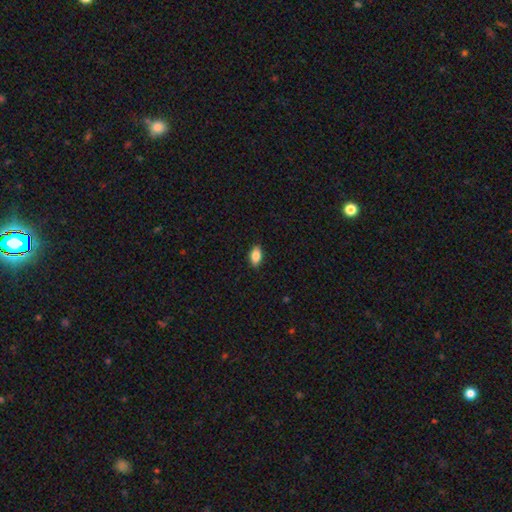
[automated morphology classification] smooth 86%, star or artifact 7%, featured or disk 7%. Down the decision tree: how rounded — in between (90%); merging — none (88%).